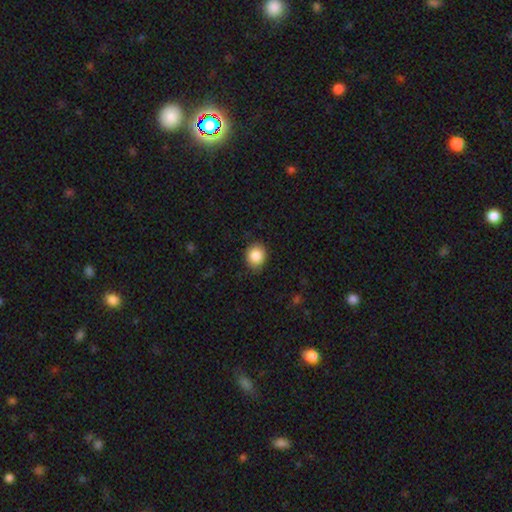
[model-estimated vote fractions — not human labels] smooth_or_featured: smooth (p=0.87) [alt: star or artifact p=0.08]
how_rounded: round (p=0.71) [alt: in between p=0.28]
merging: none (p=0.85) [alt: minor disturbance p=0.12]